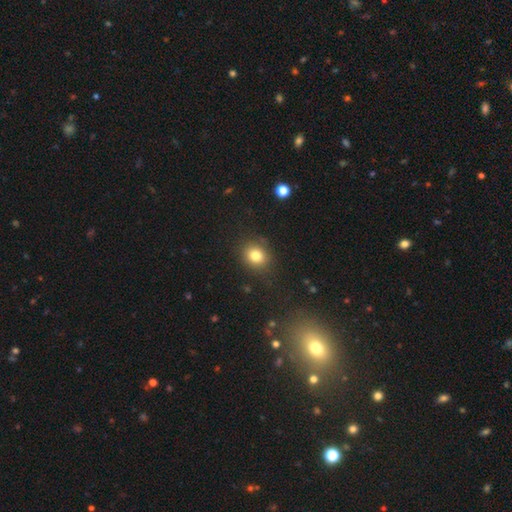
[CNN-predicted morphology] Q: Smooth or featured?
A: smooth (81%); runner-up: star or artifact (12%)
Q: How rounded?
A: round (72%); runner-up: in between (27%)
Q: Merging?
A: none (84%); runner-up: minor disturbance (10%)